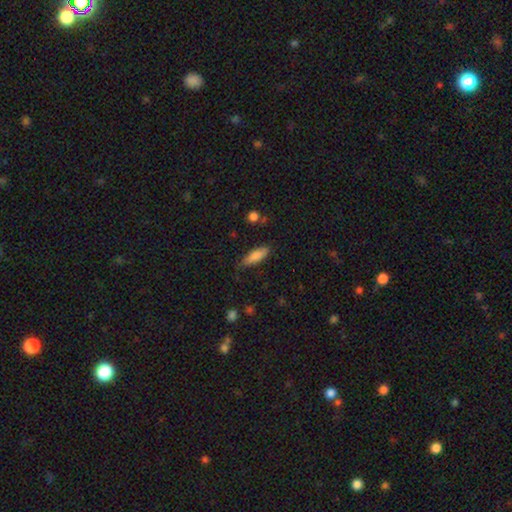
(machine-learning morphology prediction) This is clearly a smooth galaxy (81%). How rounded: possibly in between (53%). Merging: likely none (73%).